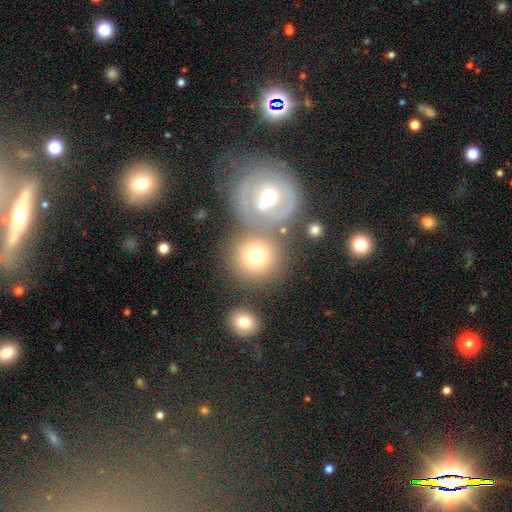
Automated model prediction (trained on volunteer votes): Smooth or featured? smooth (71%)
How rounded? round (88%)
Merging? none (57%)